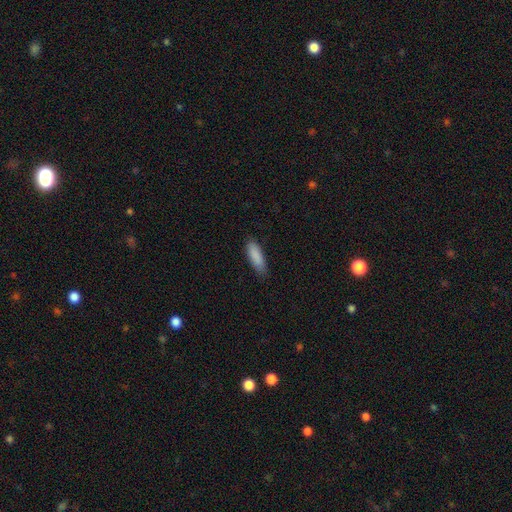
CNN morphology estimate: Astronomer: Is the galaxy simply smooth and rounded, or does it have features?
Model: smooth — 89%.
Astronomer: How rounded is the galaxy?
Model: in between — 53% (runner-up: cigar-shaped, 46%).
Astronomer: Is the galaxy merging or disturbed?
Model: none — 81%.